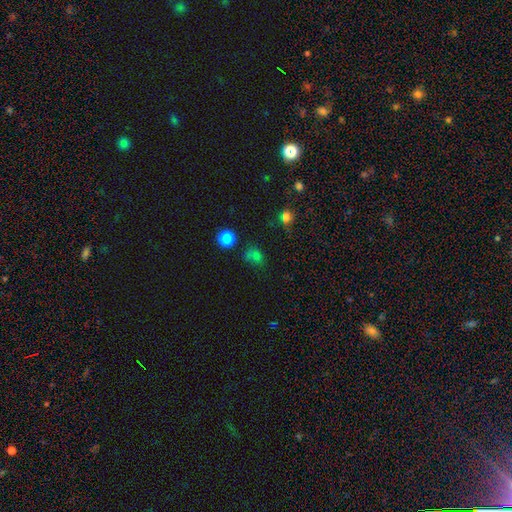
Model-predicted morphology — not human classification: smooth-or-featured: smooth: 68% | star or artifact: 24% | featured or disk: 8%
  how-rounded: round: 57% | in between: 41% | cigar-shaped: 2%
  merging: none: 60% | minor disturbance: 19% | major disturbance: 12% | merger: 9%